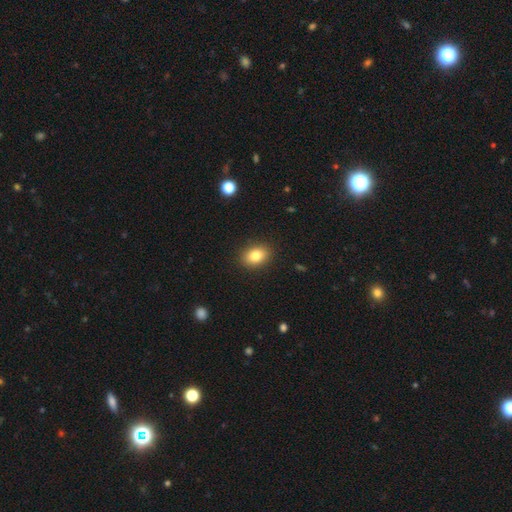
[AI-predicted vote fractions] This is clearly a smooth galaxy (82%). How rounded: likely in between (70%). Merging: clearly none (90%).